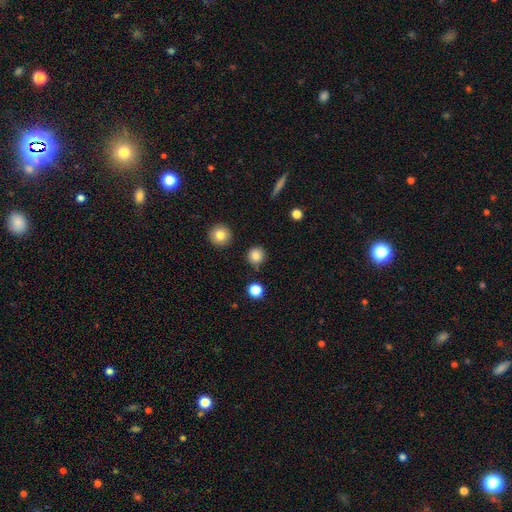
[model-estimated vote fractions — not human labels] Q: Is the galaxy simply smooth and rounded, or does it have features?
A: smooth — 83%.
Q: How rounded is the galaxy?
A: round — 93%.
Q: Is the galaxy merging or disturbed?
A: none — 87%.